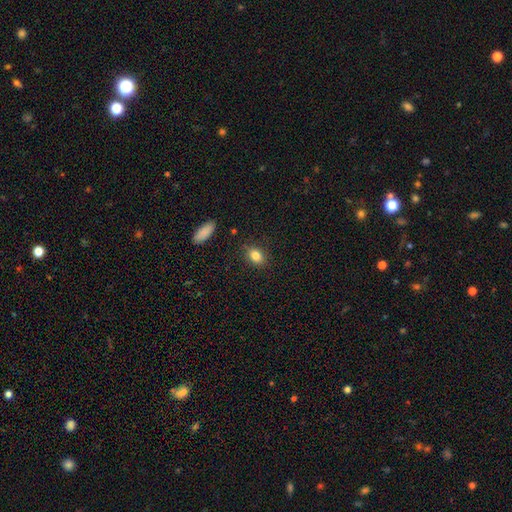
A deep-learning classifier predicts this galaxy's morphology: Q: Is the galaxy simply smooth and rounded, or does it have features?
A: smooth — 83%.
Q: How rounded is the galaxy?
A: in between — 66%.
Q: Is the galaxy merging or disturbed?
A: none — 85%.